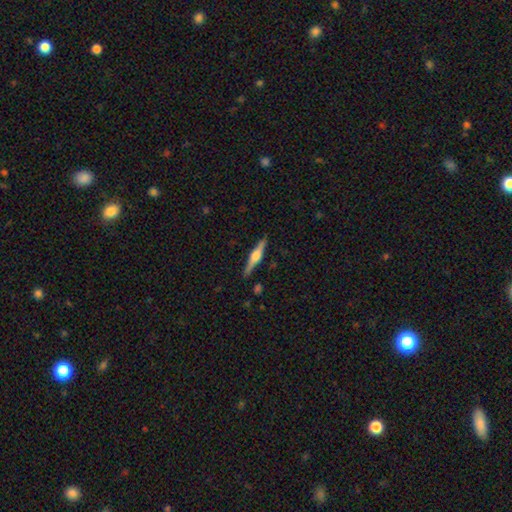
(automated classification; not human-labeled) A featured or disk galaxy (77%) viewed edge-on (98%) with a rounded central bulge (92%).

Vote fractions:
- Smooth or featured? featured or disk: 77% / smooth: 18% / star or artifact: 5%
- Edge-on disk? yes: 98% / no: 2%
- Edge-on bulge? rounded: 92% / boxy: 6% / none: 2%
- Merging? none: 90% / minor disturbance: 7% / major disturbance: 2% / merger: 1%